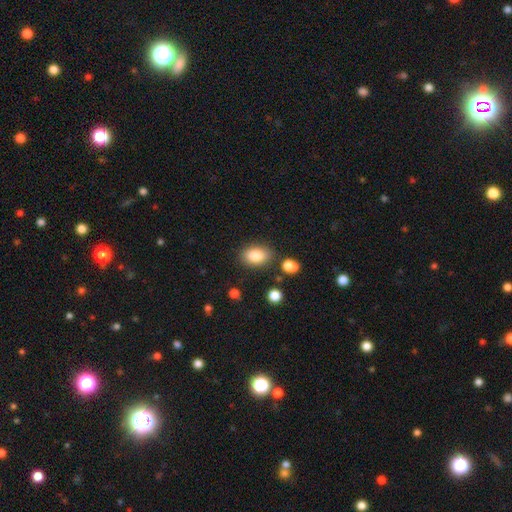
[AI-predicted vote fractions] smooth_or_featured: smooth (p=0.83) [alt: star or artifact p=0.09]
how_rounded: in between (p=0.82) [alt: round p=0.17]
merging: none (p=0.81) [alt: minor disturbance p=0.11]